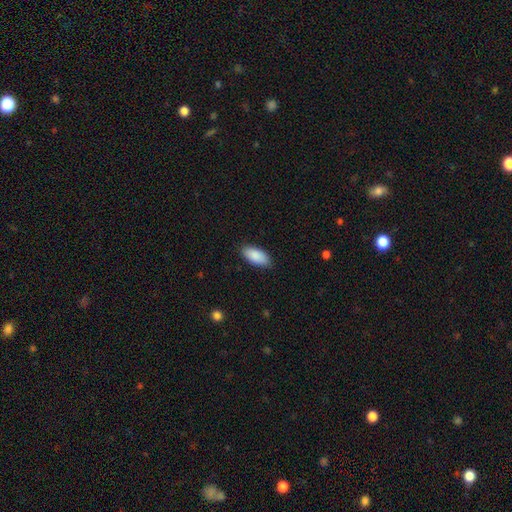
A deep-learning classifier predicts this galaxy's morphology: type=smooth (89%); roundness=in between (91%); merging=none (87%).